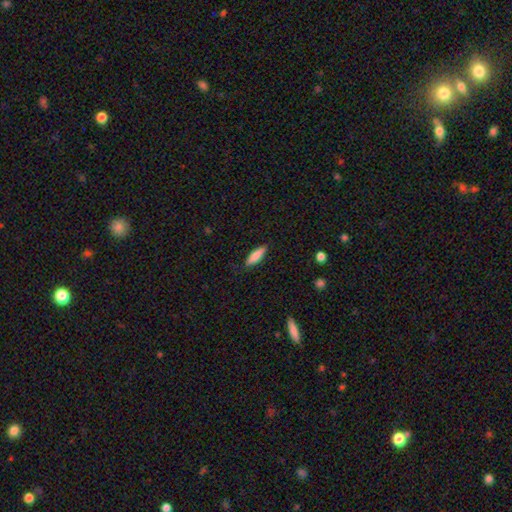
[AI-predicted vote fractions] smooth 82%, featured or disk 12%, star or artifact 6%. Down the decision tree: how rounded — cigar-shaped (59%); merging — none (87%).